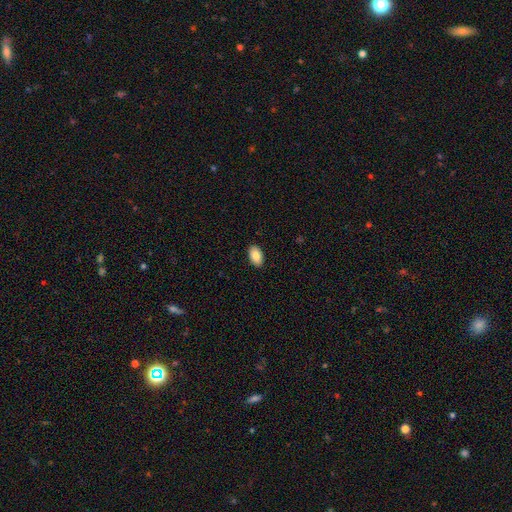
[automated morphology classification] Smooth or featured? Predicted: smooth (p=0.86). How rounded? Predicted: in between (p=0.94). Merging? Predicted: none (p=0.90).